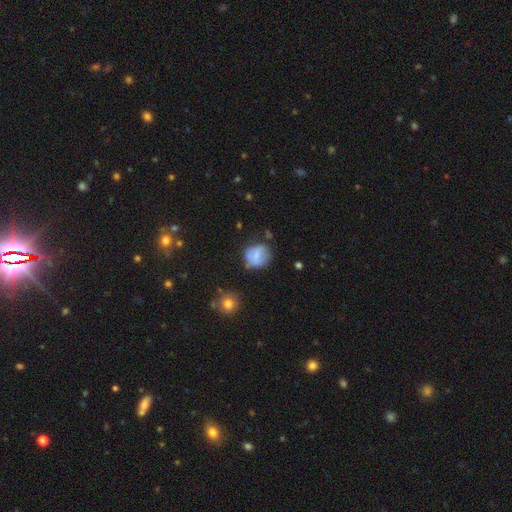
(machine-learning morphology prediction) This appears to be a smooth galaxy with no disk features (64%) that is round (74%). Merging: none (60%).